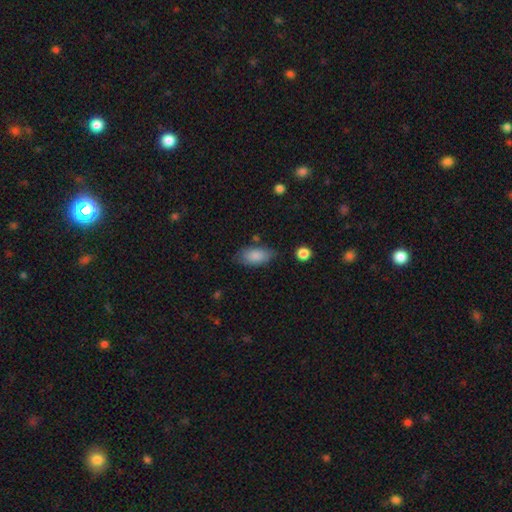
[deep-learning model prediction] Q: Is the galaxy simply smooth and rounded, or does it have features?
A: smooth — 86%.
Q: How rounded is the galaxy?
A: in between — 91%.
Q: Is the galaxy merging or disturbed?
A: none — 74%.